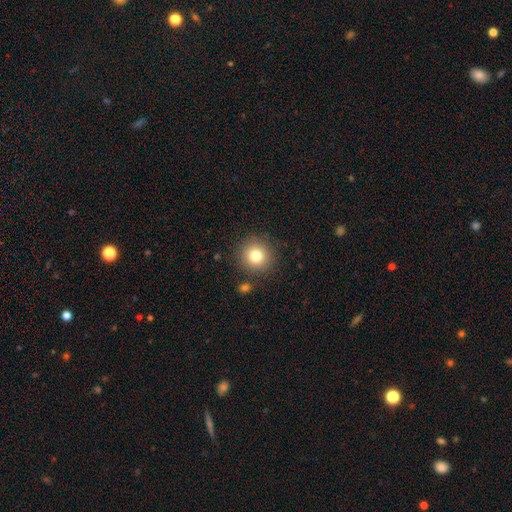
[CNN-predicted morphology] type=smooth (80%); roundness=round (94%); merging=none (87%).